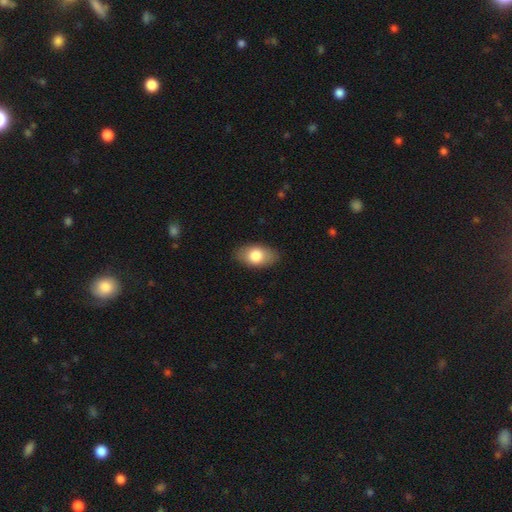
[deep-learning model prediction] smooth 78%, featured or disk 16%, star or artifact 7%. Down the decision tree: how rounded — in between (91%); merging — none (85%).